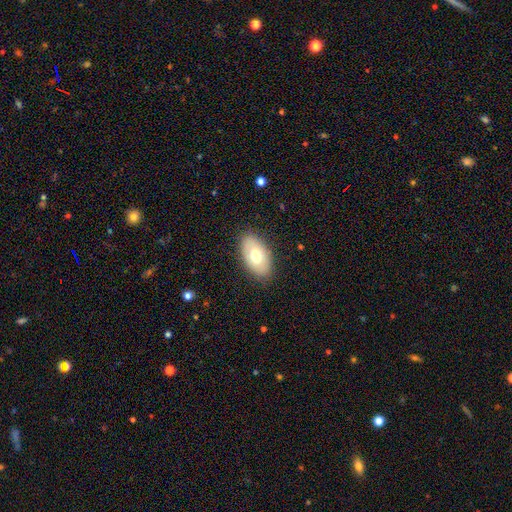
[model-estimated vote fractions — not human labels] smooth 66%, featured or disk 27%, star or artifact 7%. Down the decision tree: how rounded — in between (93%); merging — none (84%).